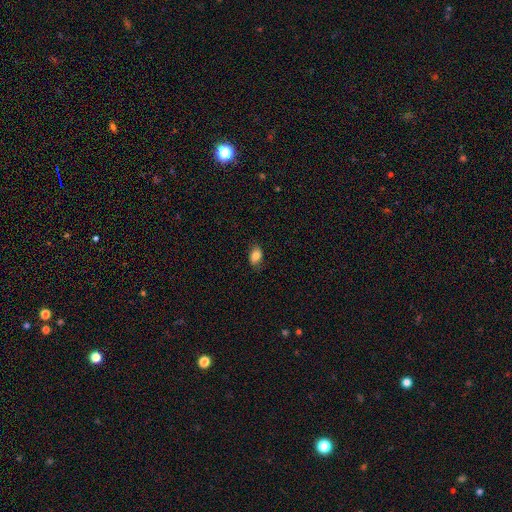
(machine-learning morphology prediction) The model was most divided on "merging": none: 78%, minor disturbance: 17%, major disturbance: 4%, merger: 1%. More confident: how rounded — in between (85%); smooth or featured — smooth (85%).